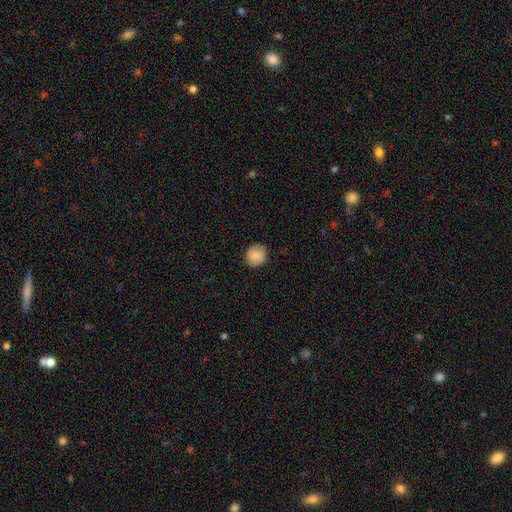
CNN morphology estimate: Q: Smooth or featured?
A: smooth (87%); runner-up: star or artifact (8%)
Q: How rounded?
A: round (90%); runner-up: in between (9%)
Q: Merging?
A: none (89%); runner-up: minor disturbance (8%)